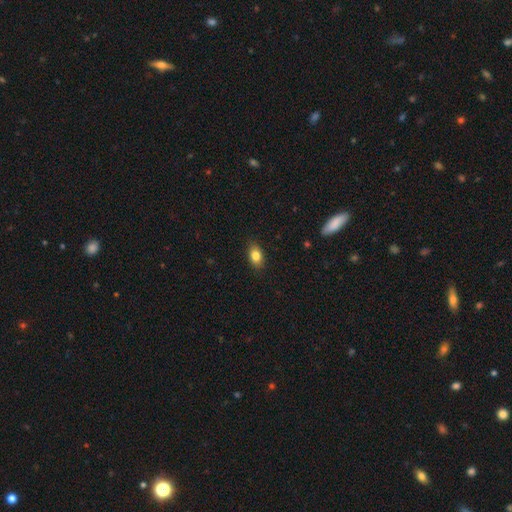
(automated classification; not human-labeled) Smooth or featured?
  - smooth: 82% *
  - featured or disk: 9%
  - star or artifact: 9%
How rounded?
  - in between: 84% *
  - round: 14%
  - cigar-shaped: 3%
Merging?
  - none: 87% *
  - minor disturbance: 9%
  - major disturbance: 2%
  - merger: 1%